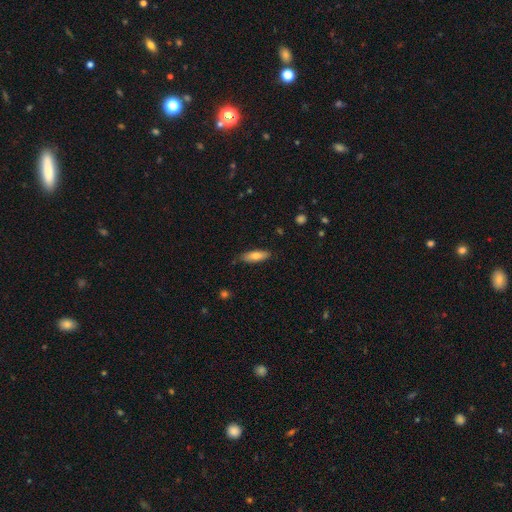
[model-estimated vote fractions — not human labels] smooth-or-featured: smooth: 75% | featured or disk: 19% | star or artifact: 6%
  how-rounded: in between: 51% | cigar-shaped: 47% | round: 2%
  merging: none: 84% | minor disturbance: 13% | major disturbance: 2% | merger: 1%